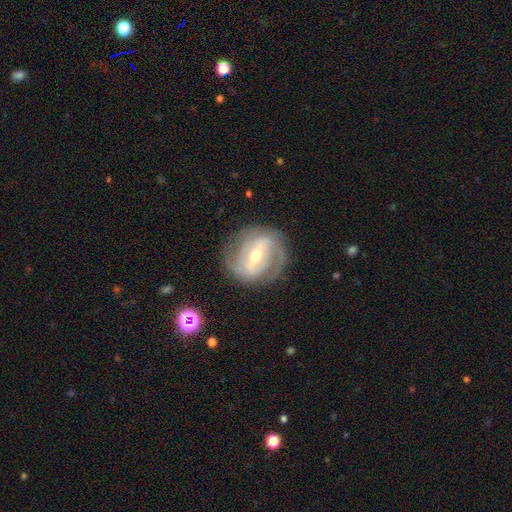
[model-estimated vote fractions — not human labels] A featured or disk galaxy (83%) with a strong bar (54%), 2 (64%) tight (49%) spiral arms (89%) and a moderate central bulge (63%). Merging: none (79%).